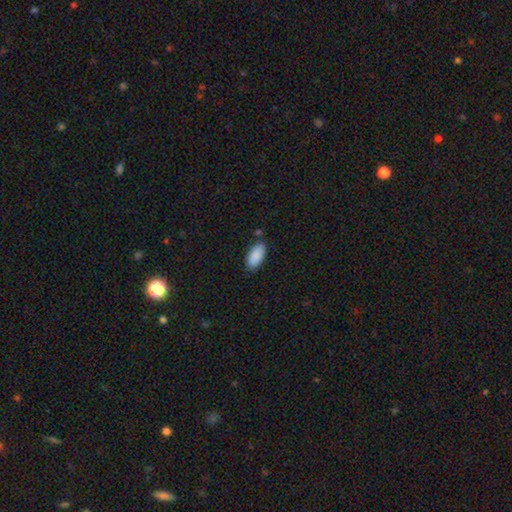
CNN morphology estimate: Smooth or featured? smooth (90%)
How rounded? in between (93%)
Merging? none (83%)